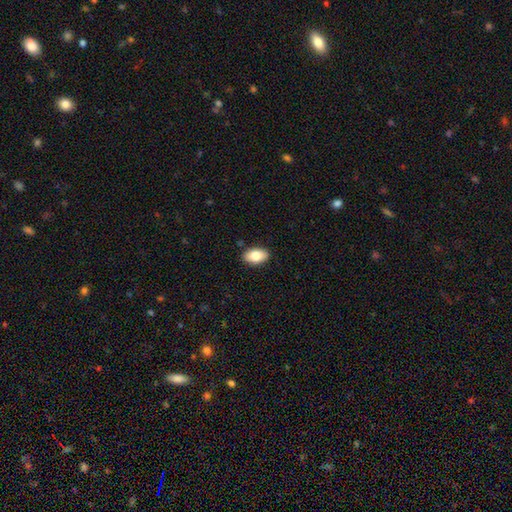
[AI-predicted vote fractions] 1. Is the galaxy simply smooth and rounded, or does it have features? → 82% smooth, 11% featured or disk, 7% star or artifact.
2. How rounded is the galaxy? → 92% in between, 6% round, 2% cigar-shaped.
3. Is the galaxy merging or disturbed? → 89% none, 8% minor disturbance, 2% major disturbance, 1% merger.